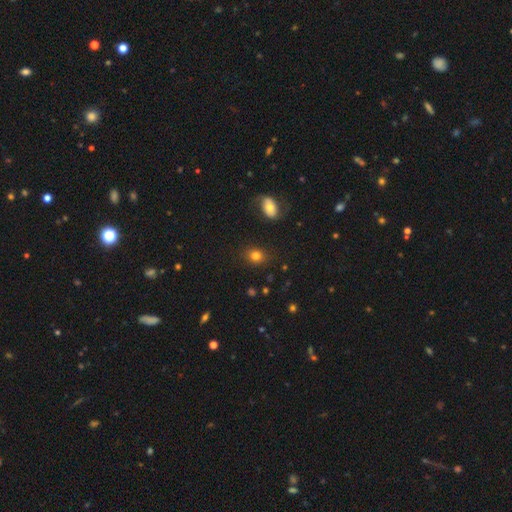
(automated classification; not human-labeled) The model was most divided on "how rounded": round: 57%, in between: 42%, cigar-shaped: 1%. More confident: merging — none (83%); smooth or featured — smooth (81%).